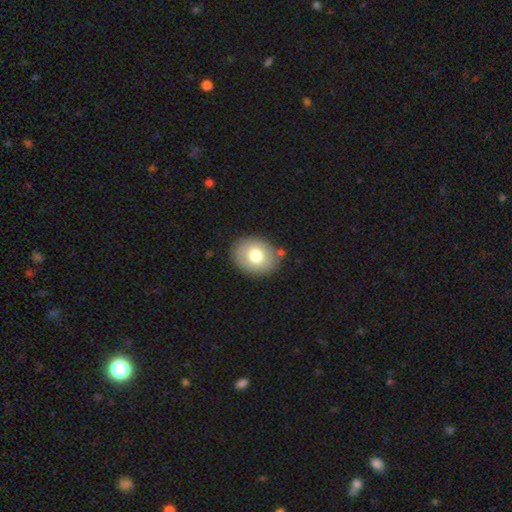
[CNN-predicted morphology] Smooth or featured? Predicted: smooth (p=0.75). How rounded? Predicted: round (p=0.52). Merging? Predicted: none (p=0.83).